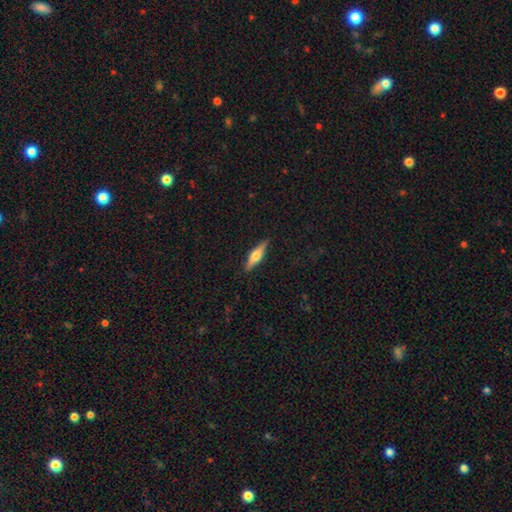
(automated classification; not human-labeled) featured or disk 56%, smooth 38%, star or artifact 6%. Down the decision tree: edge-on disk — yes (96%); edge-on bulge — rounded (93%); merging — none (89%).